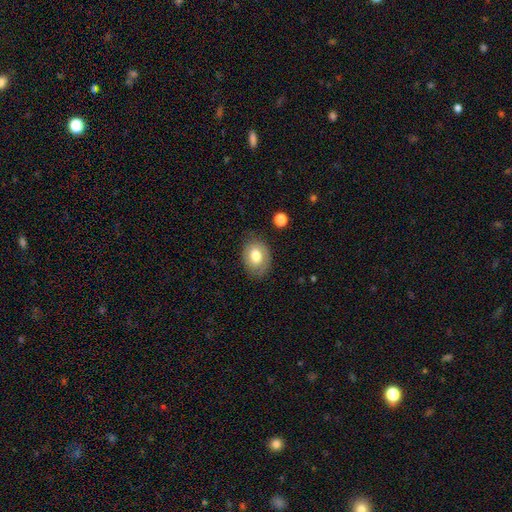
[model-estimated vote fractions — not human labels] Smooth or featured? smooth (71%)
How rounded? in between (68%)
Merging? none (76%)